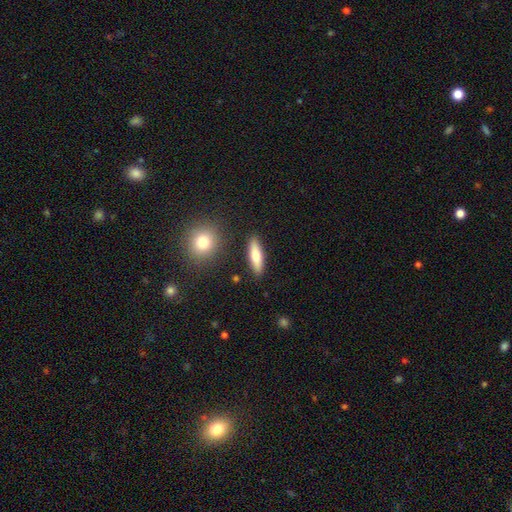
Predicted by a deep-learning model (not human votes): A smooth galaxy with no disk features (71%) that is cigar-shaped (60%).

Vote fractions:
- Smooth or featured? smooth: 71% / featured or disk: 23% / star or artifact: 6%
- How rounded? cigar-shaped: 60% / in between: 37% / round: 3%
- Merging? none: 87% / minor disturbance: 8% / merger: 3% / major disturbance: 2%